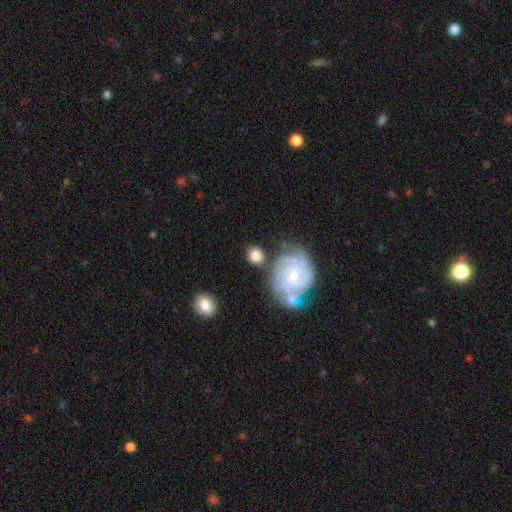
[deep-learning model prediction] smooth_or_featured: smooth (p=0.60) [alt: featured or disk p=0.32]
how_rounded: round (p=0.71) [alt: in between p=0.27]
merging: none (p=0.62) [alt: minor disturbance p=0.17]